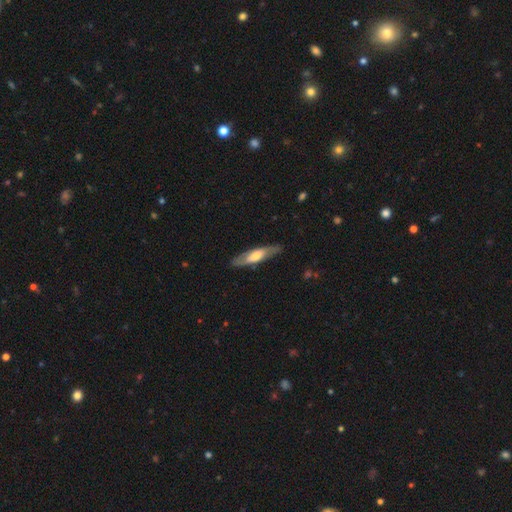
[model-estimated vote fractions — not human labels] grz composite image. It shows a featured or disk galaxy (51%) viewed edge-on (59%). Merging: none (84%).